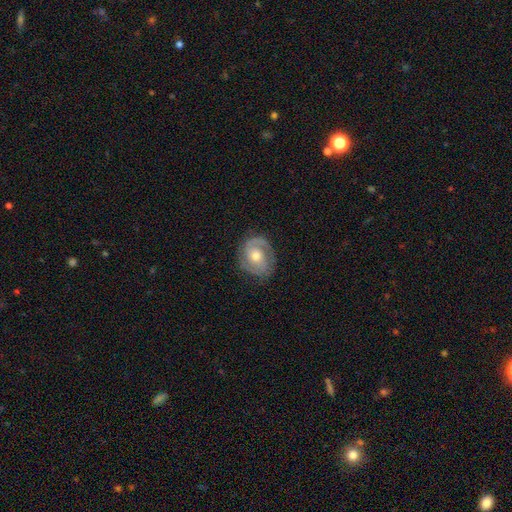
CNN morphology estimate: Overall: featured or disk (82%). Edge-on disk: no (97%). Bar: no (65%; weak 29%). Spiral arms: yes (94%). Spiral arm count: 2 (76%). Spiral winding: tight (53%; medium 37%). Bulge size: moderate (72%). Merging: none (78%).